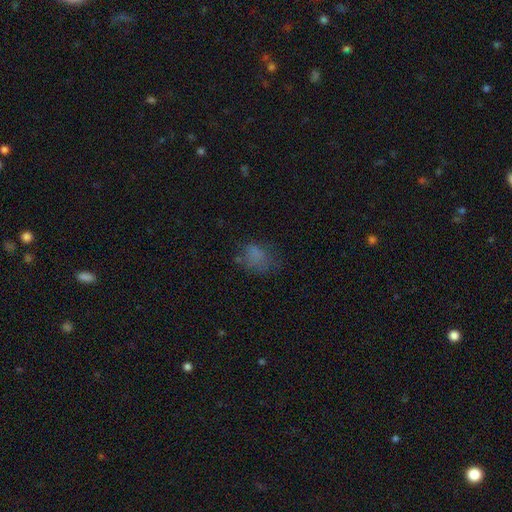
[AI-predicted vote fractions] Smooth or featured? Predicted: smooth (p=0.68). How rounded? Predicted: in between (p=0.64). Merging? Predicted: none (p=0.48).